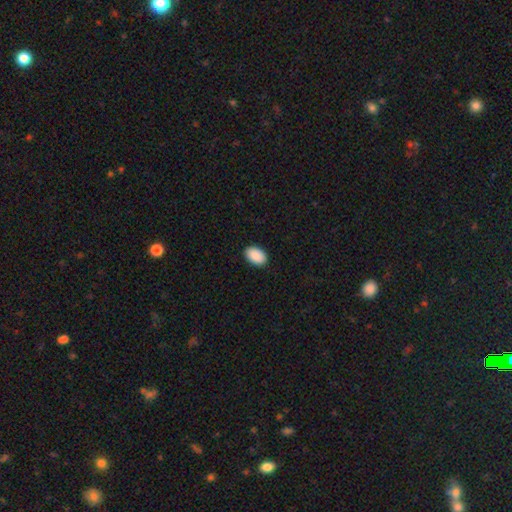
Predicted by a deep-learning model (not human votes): Q: Smooth or featured?
A: smooth (91%); runner-up: star or artifact (6%)
Q: How rounded?
A: in between (90%); runner-up: round (9%)
Q: Merging?
A: none (90%); runner-up: minor disturbance (7%)